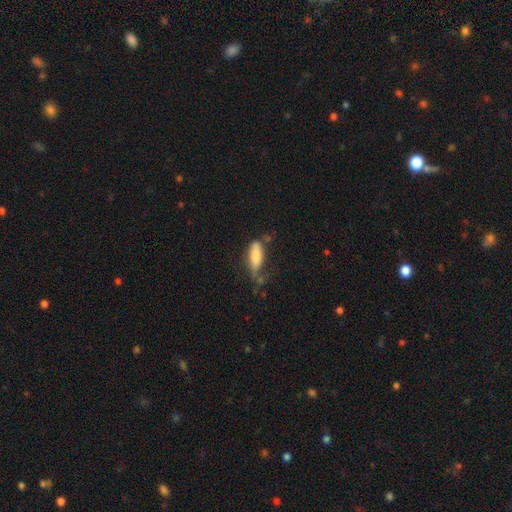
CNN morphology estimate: Smooth or featured: smooth — 79% (featured or disk — 13%)
How rounded: in between — 65% (cigar-shaped — 33%)
Merging: none — 38% (minor disturbance — 33%)